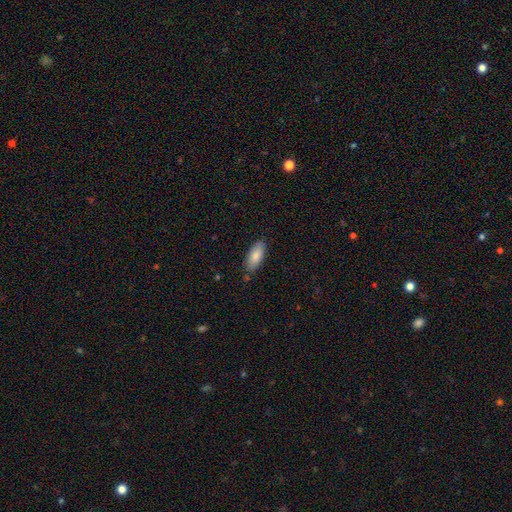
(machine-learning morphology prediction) A smooth galaxy with no disk features (83%) that is in between round and cigar-shaped (85%). Merging: none (81%).